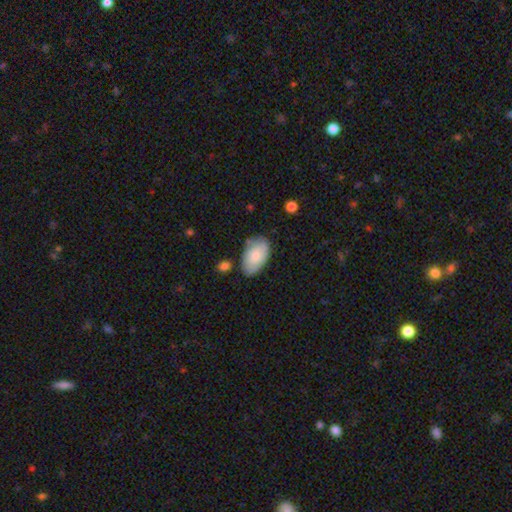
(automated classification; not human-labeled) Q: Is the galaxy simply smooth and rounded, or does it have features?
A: smooth — 79%.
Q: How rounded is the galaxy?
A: in between — 94%.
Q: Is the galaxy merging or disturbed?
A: none — 73%.